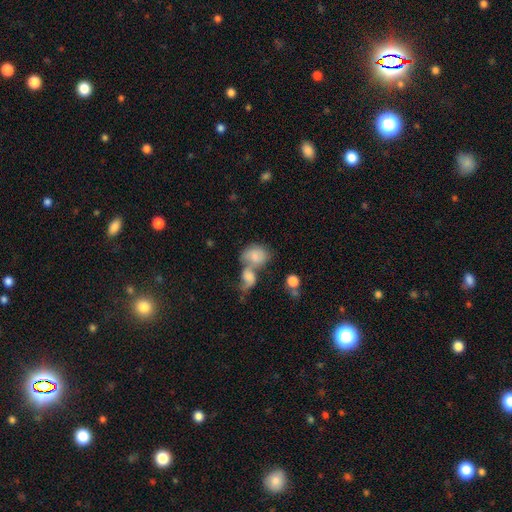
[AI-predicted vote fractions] Smooth or featured? smooth (69%)
How rounded? in between (63%)
Merging? merger (66%)